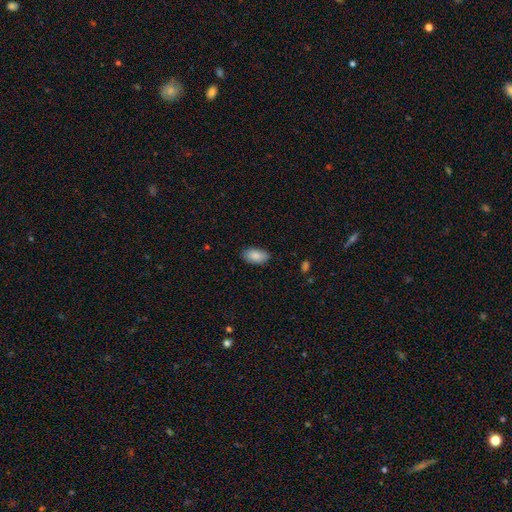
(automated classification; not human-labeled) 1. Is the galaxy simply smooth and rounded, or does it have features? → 88% smooth, 7% star or artifact, 5% featured or disk.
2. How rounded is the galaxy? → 94% in between, 3% round, 2% cigar-shaped.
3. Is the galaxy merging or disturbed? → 83% none, 13% minor disturbance, 3% major disturbance, 1% merger.